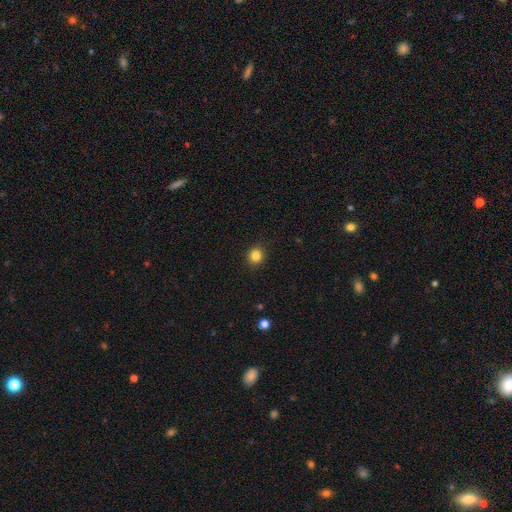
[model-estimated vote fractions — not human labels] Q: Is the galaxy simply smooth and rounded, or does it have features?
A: smooth — 83%.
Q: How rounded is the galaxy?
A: round — 87%.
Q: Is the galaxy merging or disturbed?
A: none — 91%.